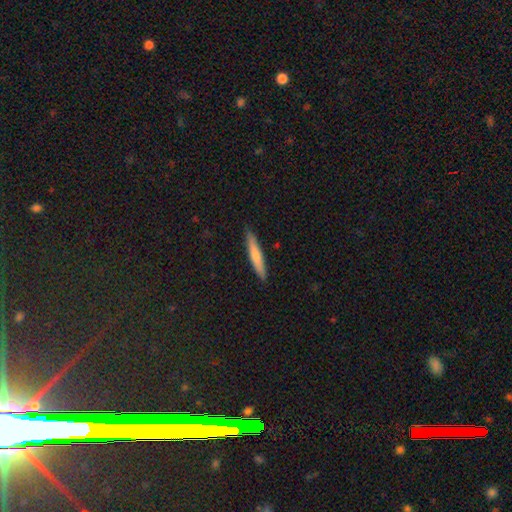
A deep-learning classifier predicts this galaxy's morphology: Smooth or featured? Predicted: smooth (p=0.66). How rounded? Predicted: cigar-shaped (p=0.93). Merging? Predicted: none (p=0.89).